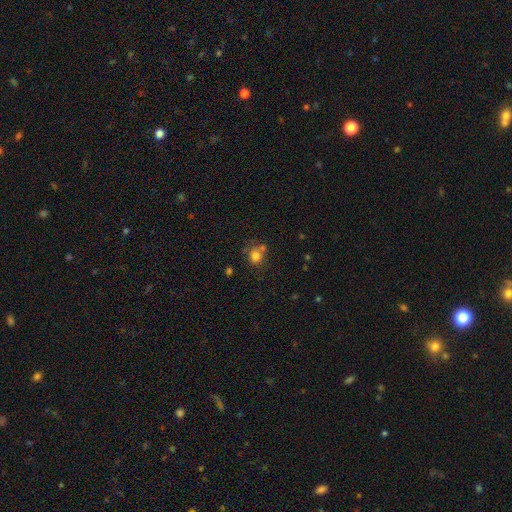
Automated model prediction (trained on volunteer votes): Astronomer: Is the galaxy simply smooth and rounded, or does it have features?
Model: smooth — 78%.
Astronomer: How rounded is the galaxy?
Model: round — 80%.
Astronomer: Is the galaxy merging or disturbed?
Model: none — 57%.